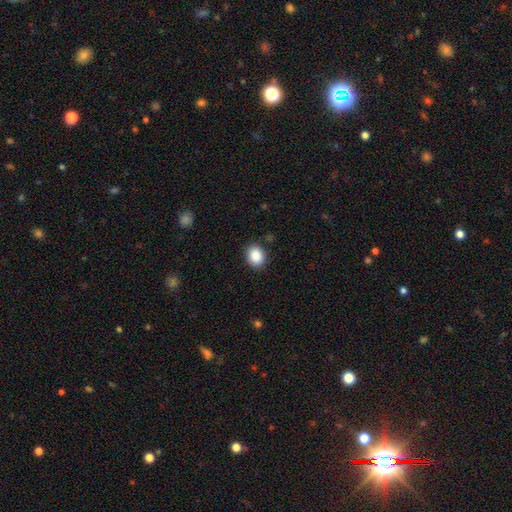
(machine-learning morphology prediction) Overall: smooth (89%). How rounded: in between (52%; round 47%). Merging: none (86%).